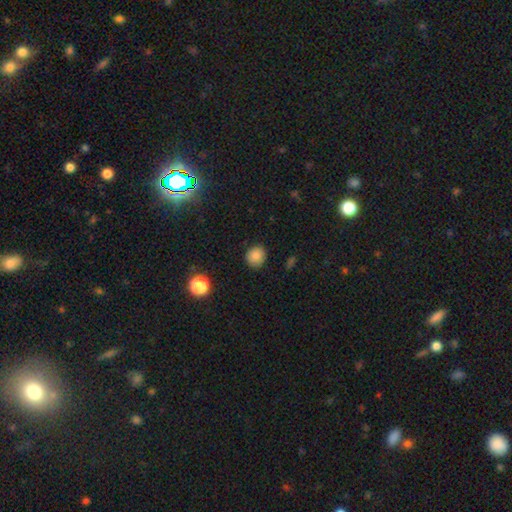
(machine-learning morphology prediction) A smooth galaxy with no disk features (85%) that is round (85%).

Vote fractions:
- Smooth or featured? smooth: 85% / star or artifact: 11% / featured or disk: 4%
- How rounded? round: 85% / in between: 14% / cigar-shaped: 1%
- Merging? none: 87% / minor disturbance: 9% / major disturbance: 2% / merger: 1%